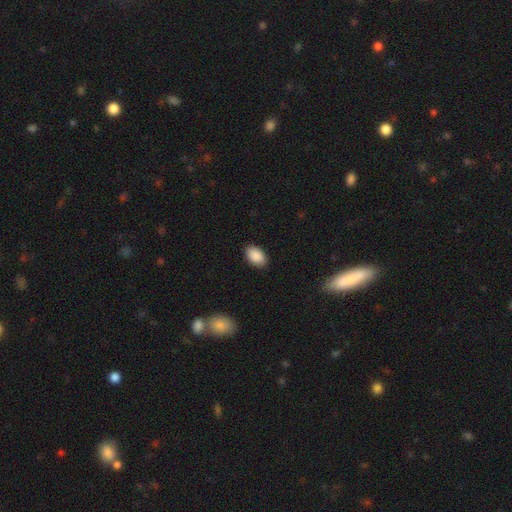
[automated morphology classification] smooth-or-featured: smooth: 89% | star or artifact: 6% | featured or disk: 4%
  how-rounded: in between: 91% | round: 8% | cigar-shaped: 1%
  merging: none: 87% | minor disturbance: 10% | major disturbance: 2% | merger: 1%